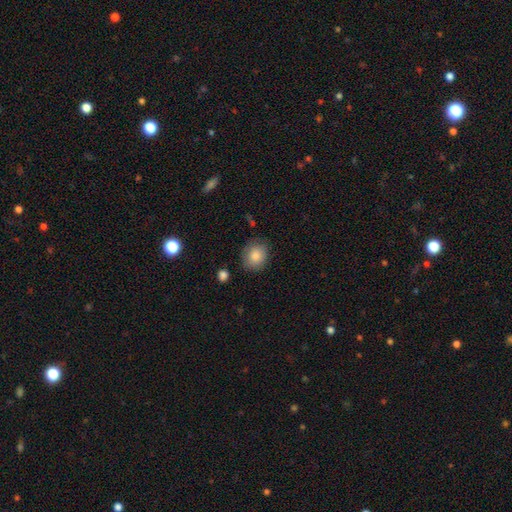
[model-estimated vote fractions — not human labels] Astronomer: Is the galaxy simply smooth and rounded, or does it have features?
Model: smooth — 84%.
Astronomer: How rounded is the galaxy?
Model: round — 69%.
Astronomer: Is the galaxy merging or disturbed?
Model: none — 81%.